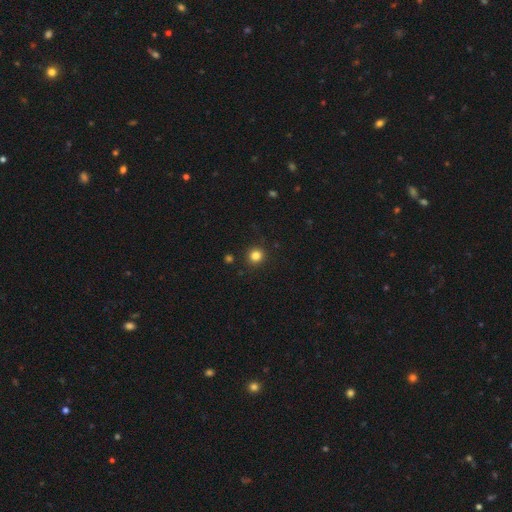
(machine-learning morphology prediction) type=smooth (83%); roundness=round (92%); merging=none (90%).